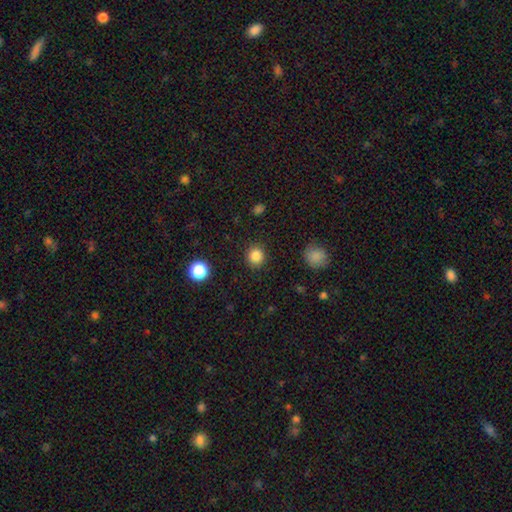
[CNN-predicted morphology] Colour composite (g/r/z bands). It shows a smooth galaxy with no disk features (85%) that is round (91%). Merging: none (89%).